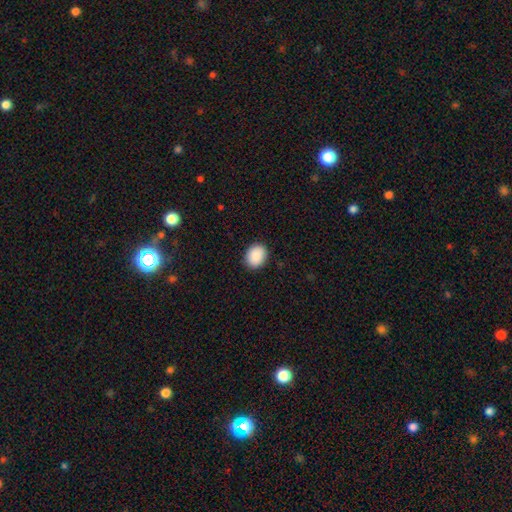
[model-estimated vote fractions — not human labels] Smooth or featured? Predicted: smooth (p=0.90). How rounded? Predicted: in between (p=0.51). Merging? Predicted: none (p=0.90).